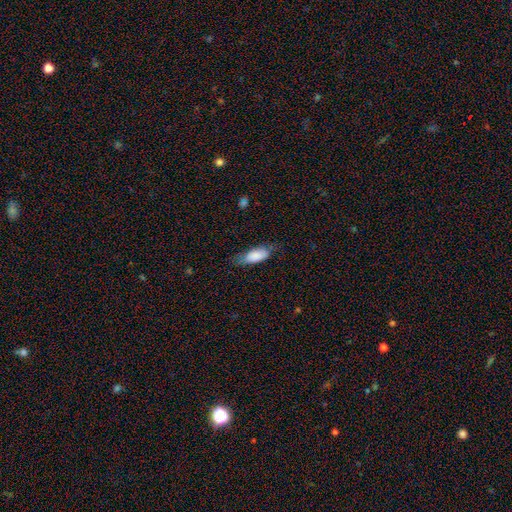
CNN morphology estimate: A smooth galaxy with no disk features (82%) that is in between round and cigar-shaped (80%).

Vote fractions:
- Smooth or featured? smooth: 82% / featured or disk: 12% / star or artifact: 6%
- How rounded? in between: 80% / cigar-shaped: 17% / round: 2%
- Merging? none: 62% / minor disturbance: 28% / major disturbance: 9% / merger: 1%